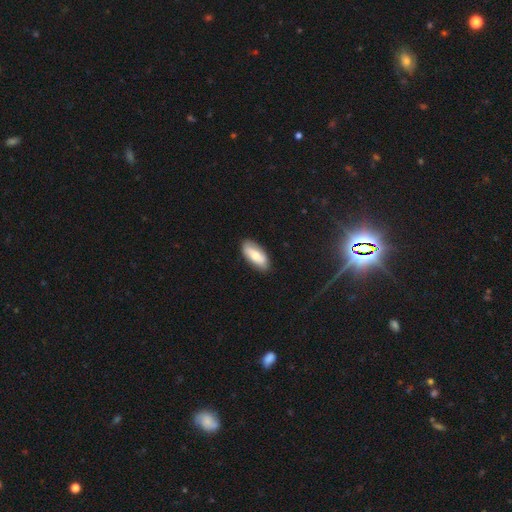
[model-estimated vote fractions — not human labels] Smooth or featured?
  - smooth: 65% *
  - featured or disk: 29%
  - star or artifact: 6%
How rounded?
  - in between: 88% *
  - cigar-shaped: 9%
  - round: 2%
Merging?
  - none: 83% *
  - minor disturbance: 13%
  - major disturbance: 3%
  - merger: 1%